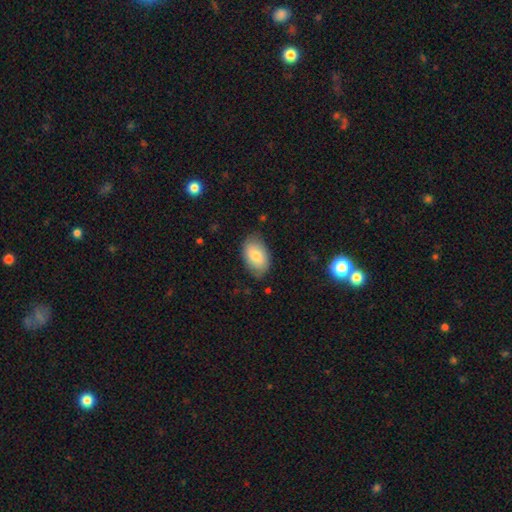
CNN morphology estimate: smooth_or_featured: smooth (p=0.79) [alt: featured or disk p=0.15]
how_rounded: in between (p=0.92) [alt: round p=0.07]
merging: none (p=0.77) [alt: minor disturbance p=0.19]